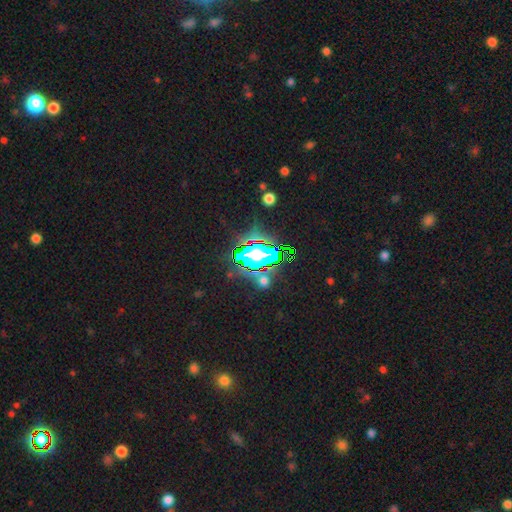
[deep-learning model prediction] Smooth or featured? star or artifact (64%)